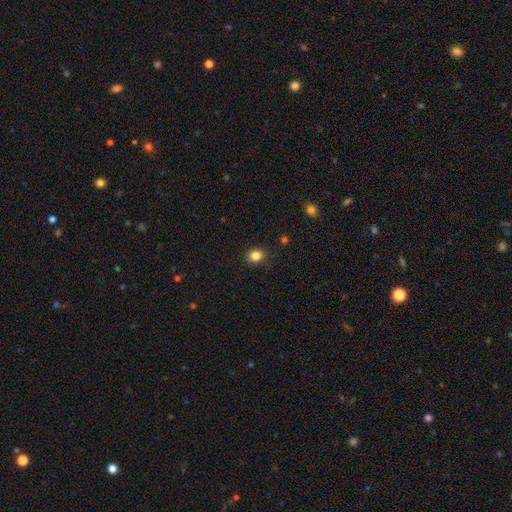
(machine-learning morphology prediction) smooth-or-featured: smooth: 84% | star or artifact: 11% | featured or disk: 5%
  how-rounded: round: 60% | in between: 39% | cigar-shaped: 1%
  merging: none: 88% | minor disturbance: 8% | major disturbance: 2% | merger: 1%